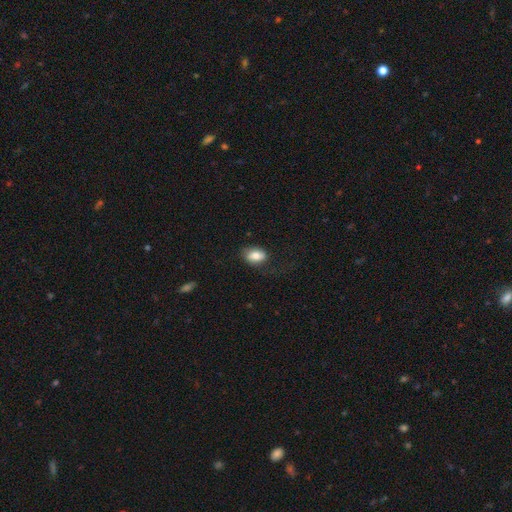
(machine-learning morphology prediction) The model was most divided on "merging": none: 67%, minor disturbance: 21%, major disturbance: 10%, merger: 1%. More confident: how rounded — in between (84%); smooth or featured — smooth (79%).